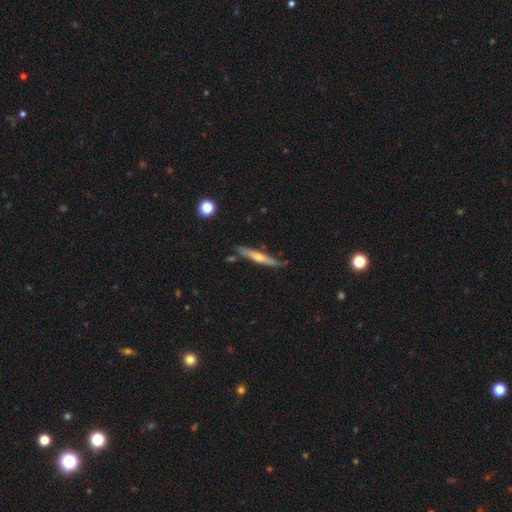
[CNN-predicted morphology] Smooth or featured? Predicted: featured or disk (p=0.64). Edge-on disk? Predicted: yes (p=0.95). Edge-on bulge? Predicted: rounded (p=0.82). Merging? Predicted: none (p=0.82).